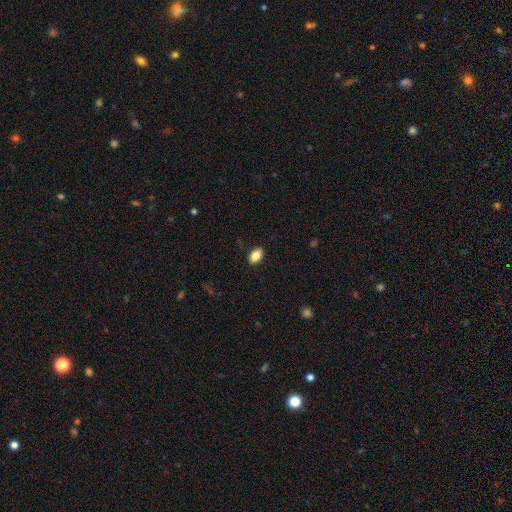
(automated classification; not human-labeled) This is clearly a smooth galaxy (85%). How rounded: clearly in between (89%). Merging: clearly none (87%).